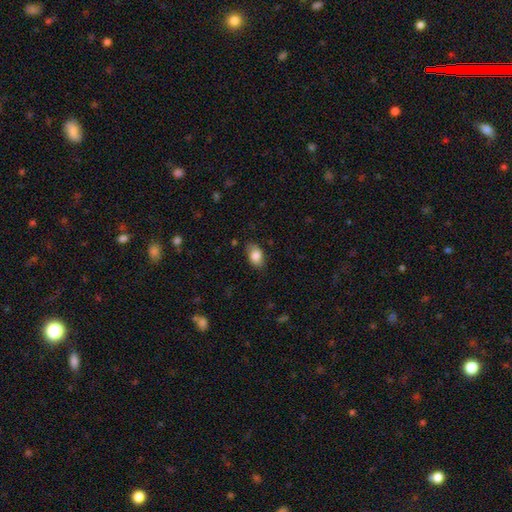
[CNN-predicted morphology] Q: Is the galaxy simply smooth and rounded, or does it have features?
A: smooth — 82%.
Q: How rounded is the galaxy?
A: in between — 86%.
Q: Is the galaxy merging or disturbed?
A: none — 75%.